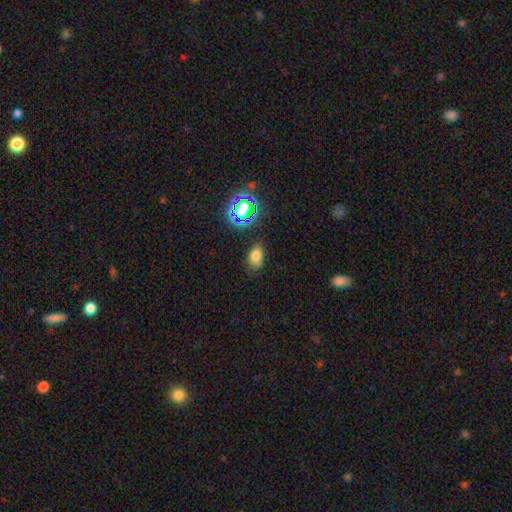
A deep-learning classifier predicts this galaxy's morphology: Smooth or featured? Predicted: smooth (p=0.73). How rounded? Predicted: in between (p=0.84). Merging? Predicted: none (p=0.75).